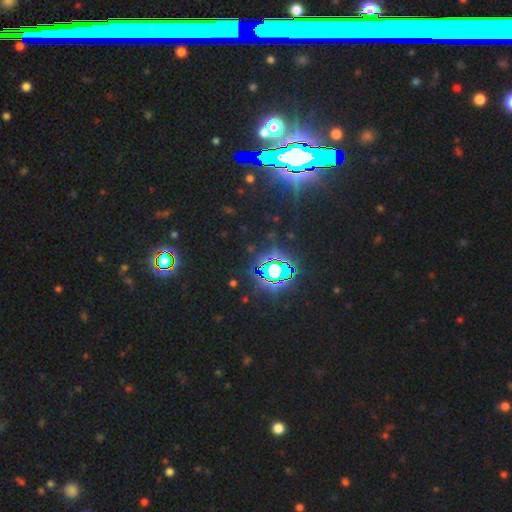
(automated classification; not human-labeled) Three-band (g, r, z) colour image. It shows a star or artifact, not a galaxy (84%).